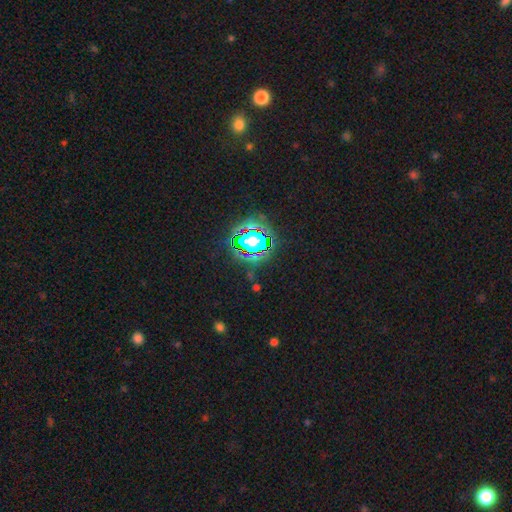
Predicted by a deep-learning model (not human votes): A star or artifact, not a galaxy (77%).